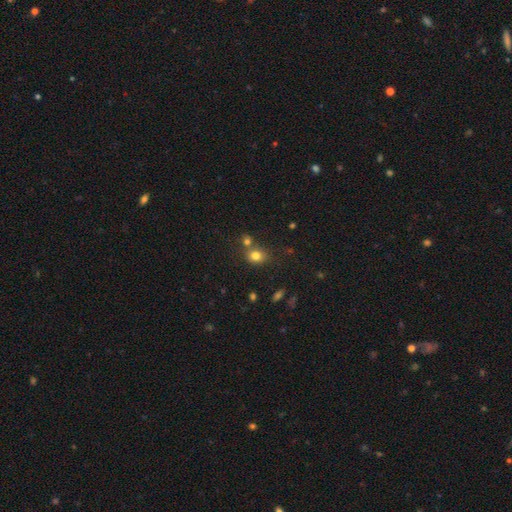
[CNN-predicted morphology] Smooth or featured?
  - smooth: 78% *
  - star or artifact: 14%
  - featured or disk: 8%
How rounded?
  - round: 67% *
  - in between: 32%
  - cigar-shaped: 1%
Merging?
  - none: 58% *
  - merger: 26%
  - minor disturbance: 12%
  - major disturbance: 4%